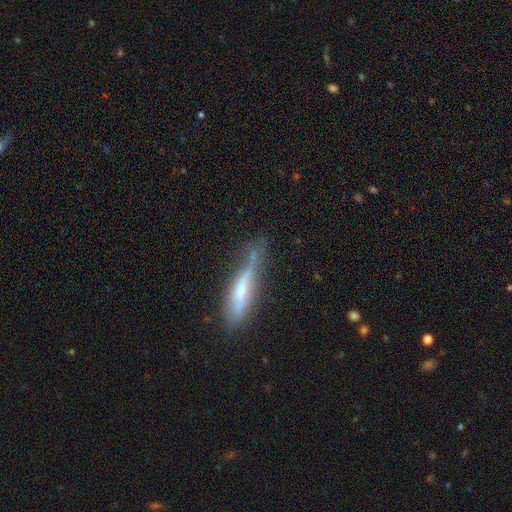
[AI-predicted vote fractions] smooth_or_featured: featured or disk (p=0.50) [alt: smooth p=0.43]
merging: none (p=0.47) [alt: minor disturbance p=0.34]